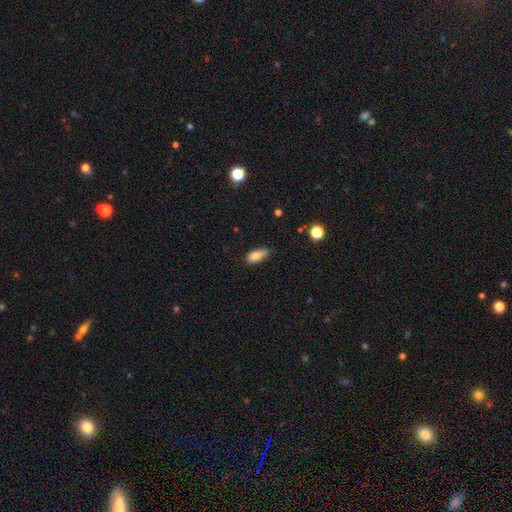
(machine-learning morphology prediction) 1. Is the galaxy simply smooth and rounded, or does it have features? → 82% smooth, 10% featured or disk, 8% star or artifact.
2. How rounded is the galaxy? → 81% in between, 16% cigar-shaped, 3% round.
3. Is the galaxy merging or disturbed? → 67% none, 26% minor disturbance, 4% major disturbance, 2% merger.